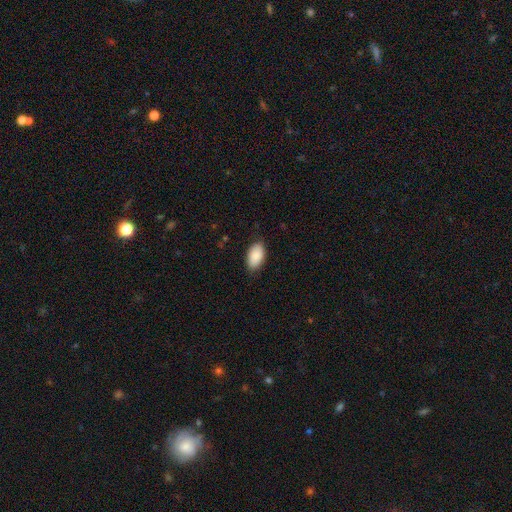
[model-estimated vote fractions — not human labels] smooth-or-featured: smooth: 88% | star or artifact: 6% | featured or disk: 6%
  how-rounded: in between: 95% | round: 4% | cigar-shaped: 1%
  merging: none: 84% | minor disturbance: 13% | major disturbance: 2% | merger: 1%